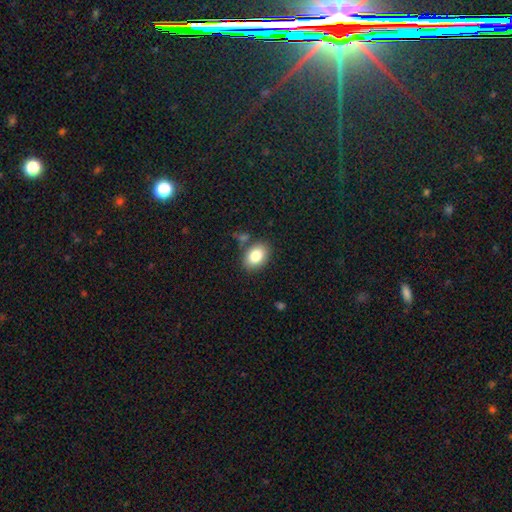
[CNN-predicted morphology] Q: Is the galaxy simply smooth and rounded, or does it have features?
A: smooth — 83%.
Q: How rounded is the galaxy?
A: in between — 79%.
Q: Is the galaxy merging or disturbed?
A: none — 80%.